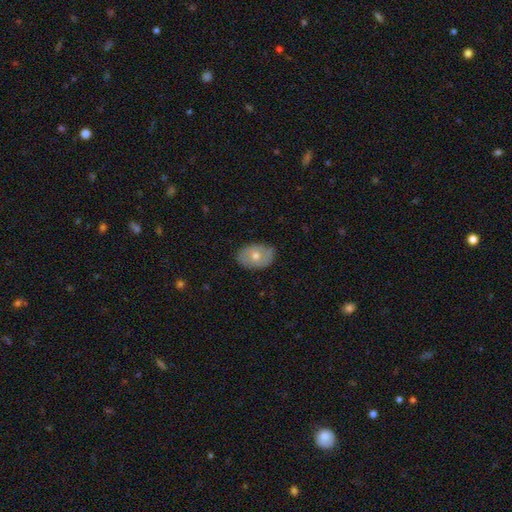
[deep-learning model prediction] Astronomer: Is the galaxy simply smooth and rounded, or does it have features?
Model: smooth — 55% (runner-up: featured or disk, 38%).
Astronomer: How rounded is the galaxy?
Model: in between — 83%.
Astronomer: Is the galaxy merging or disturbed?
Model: none — 85%.